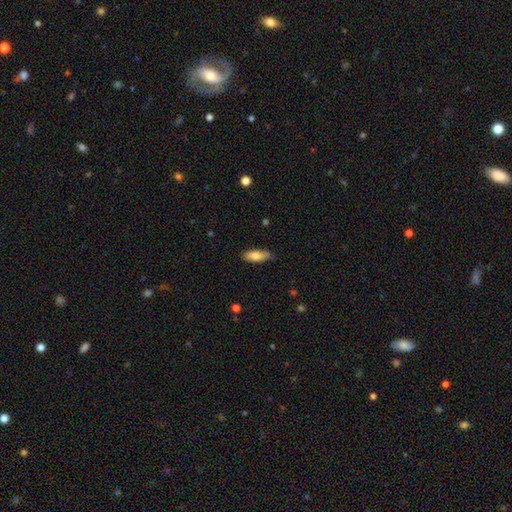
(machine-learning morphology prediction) smooth_or_featured: smooth (p=0.78) [alt: featured or disk p=0.16]
how_rounded: in between (p=0.69) [alt: cigar-shaped p=0.29]
merging: none (p=0.82) [alt: minor disturbance p=0.15]